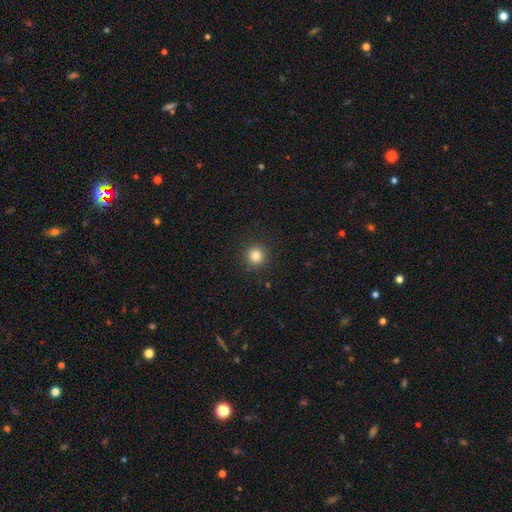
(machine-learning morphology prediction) type=smooth (83%); roundness=round (94%); merging=none (92%).